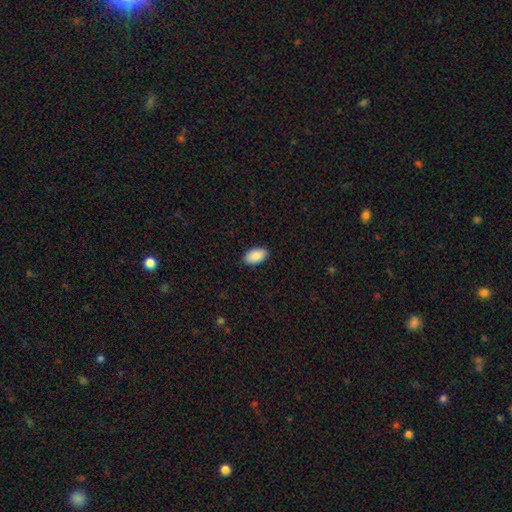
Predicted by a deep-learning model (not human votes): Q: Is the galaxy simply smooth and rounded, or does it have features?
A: smooth — 91%.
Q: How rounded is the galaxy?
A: in between — 95%.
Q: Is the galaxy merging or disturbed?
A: none — 89%.